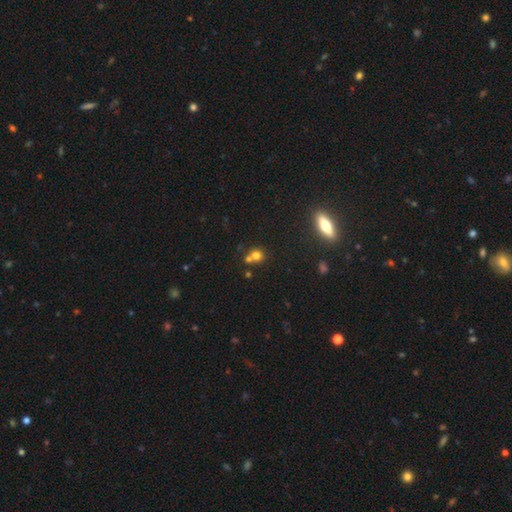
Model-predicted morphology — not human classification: A smooth galaxy with no disk features (72%) that is round (84%).

Vote fractions:
- Smooth or featured? smooth: 72% / star or artifact: 17% / featured or disk: 12%
- How rounded? round: 84% / in between: 15% / cigar-shaped: 1%
- Merging? none: 50% / merger: 39% / minor disturbance: 7% / major disturbance: 3%